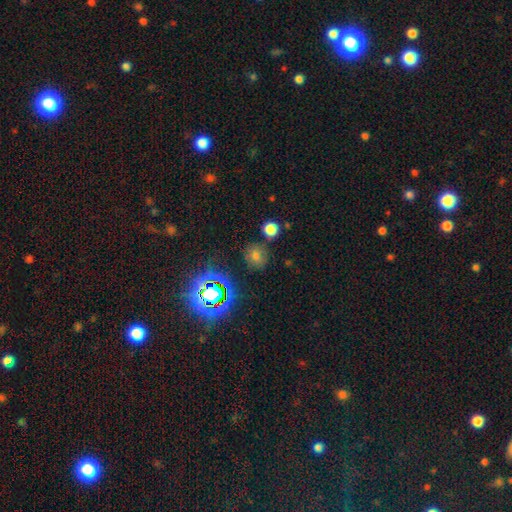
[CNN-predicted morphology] Smooth or featured? Predicted: smooth (p=0.54). How rounded? Predicted: round (p=0.78). Merging? Predicted: none (p=0.81).